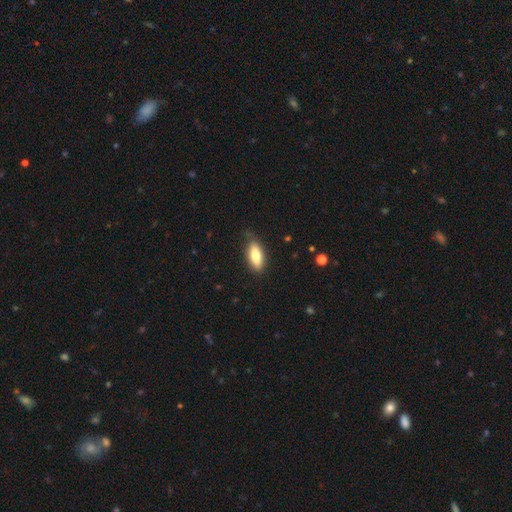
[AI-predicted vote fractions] Smooth or featured? smooth (80%)
How rounded? in between (79%)
Merging? none (77%)